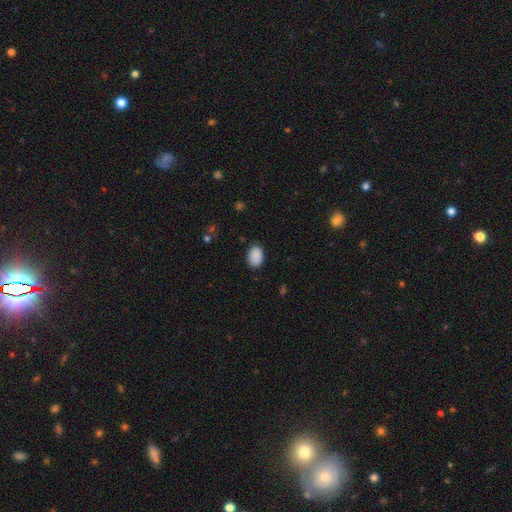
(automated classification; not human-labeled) Overall: smooth (89%). How rounded: in between (82%). Merging: none (83%).